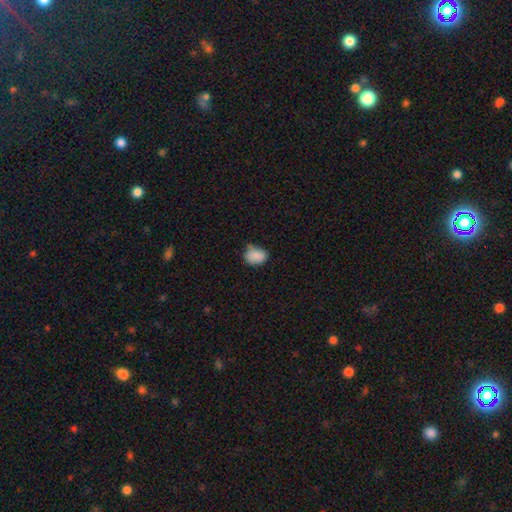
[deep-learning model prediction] smooth 85%, star or artifact 9%, featured or disk 6%. Down the decision tree: how rounded — in between (65%); merging — none (55%).